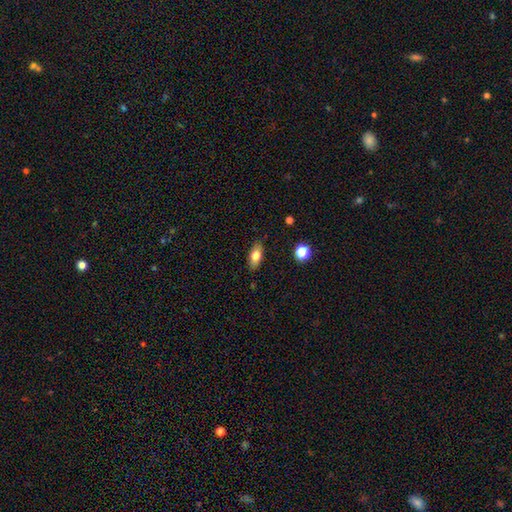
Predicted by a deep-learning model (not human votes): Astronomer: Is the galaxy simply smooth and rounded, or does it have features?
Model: smooth — 74%.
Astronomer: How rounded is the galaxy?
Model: in between — 80%.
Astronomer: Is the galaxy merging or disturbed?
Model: none — 86%.